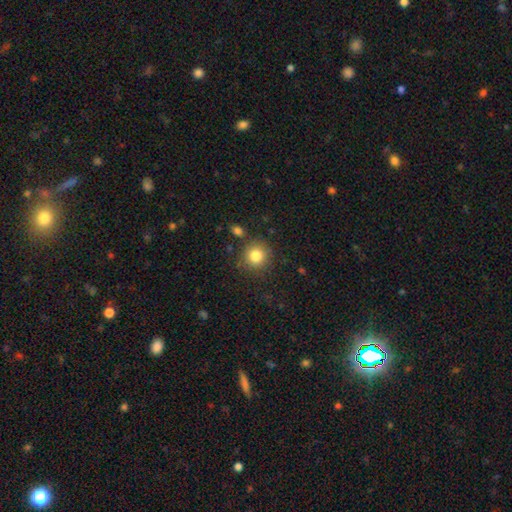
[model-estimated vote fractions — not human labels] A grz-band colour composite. It shows a smooth galaxy with no disk features (83%) that is round (91%). Merging: none (84%).